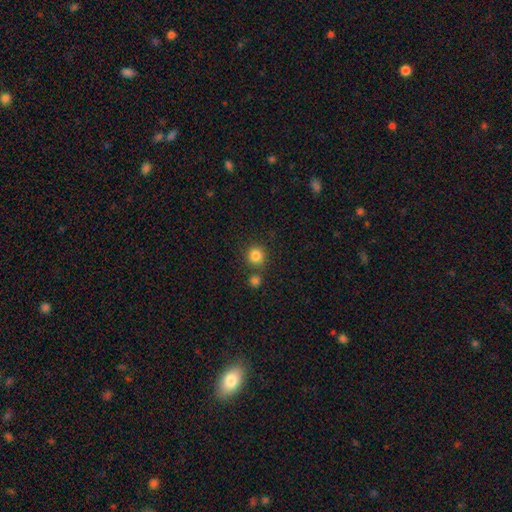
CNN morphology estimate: type=smooth (83%); roundness=round (93%); merging=none (77%).